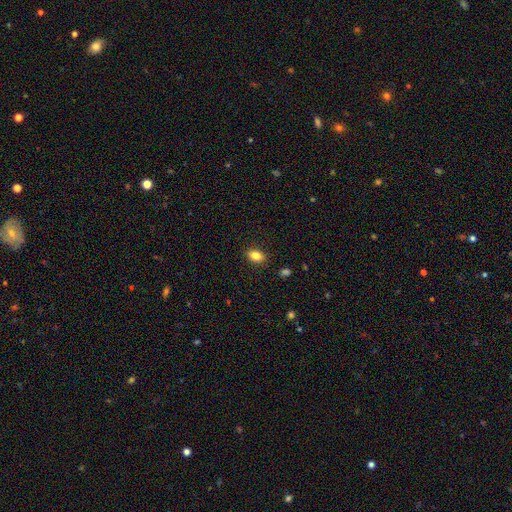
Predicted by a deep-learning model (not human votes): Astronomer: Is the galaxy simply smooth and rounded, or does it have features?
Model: smooth — 84%.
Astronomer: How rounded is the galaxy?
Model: in between — 86%.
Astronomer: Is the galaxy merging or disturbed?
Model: none — 88%.